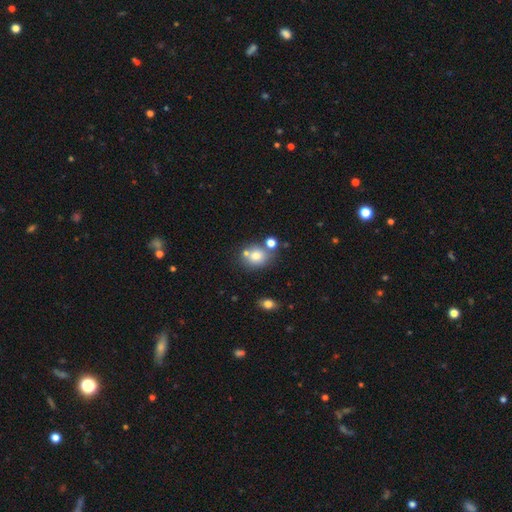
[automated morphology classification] Smooth or featured?
  - smooth: 75% *
  - star or artifact: 12%
  - featured or disk: 12%
How rounded?
  - round: 70% *
  - in between: 29%
  - cigar-shaped: 1%
Merging?
  - none: 60% *
  - merger: 22%
  - minor disturbance: 13%
  - major disturbance: 5%